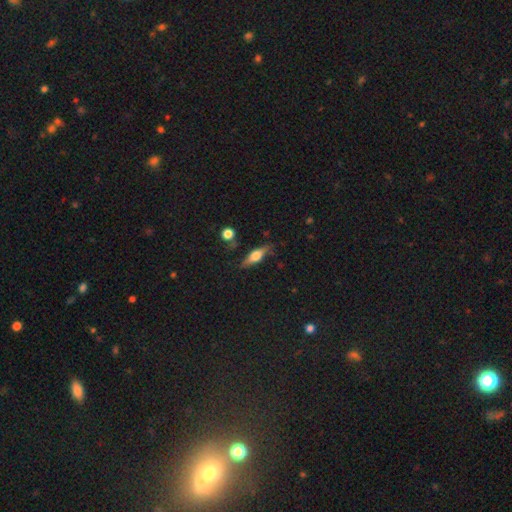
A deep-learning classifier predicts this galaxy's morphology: Smooth or featured? Predicted: featured or disk (p=0.52). Edge-on disk? Predicted: yes (p=0.91). Merging? Predicted: none (p=0.75).